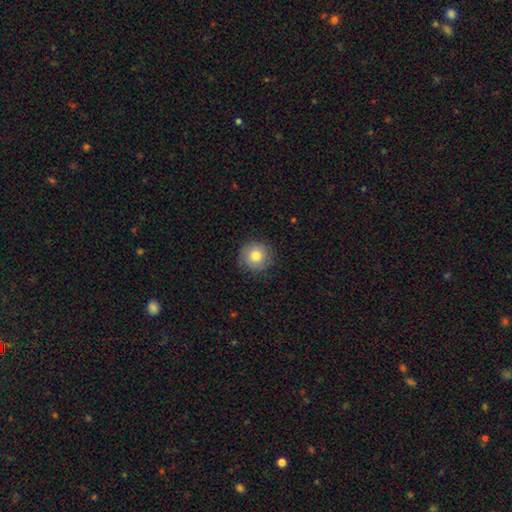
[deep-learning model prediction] Morphology: type=smooth (80%); roundness=round (94%); merging=none (86%).